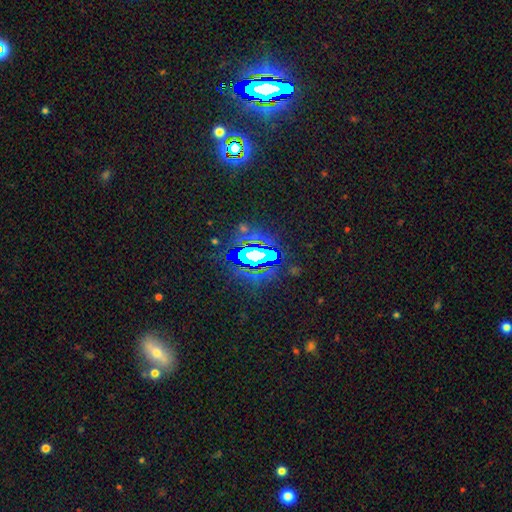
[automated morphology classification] A star or artifact, not a galaxy (66%).